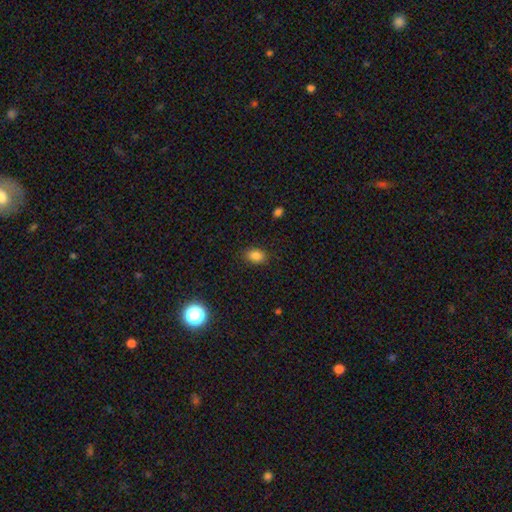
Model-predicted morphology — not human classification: type=smooth (84%); roundness=in between (77%); merging=none (86%).